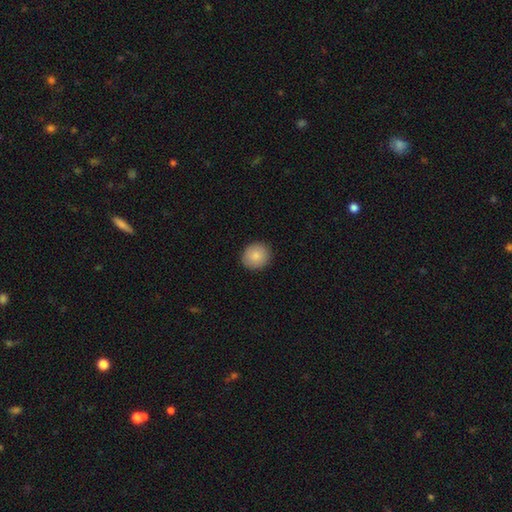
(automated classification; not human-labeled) Smooth or featured? Predicted: smooth (p=0.86). How rounded? Predicted: round (p=0.82). Merging? Predicted: none (p=0.90).